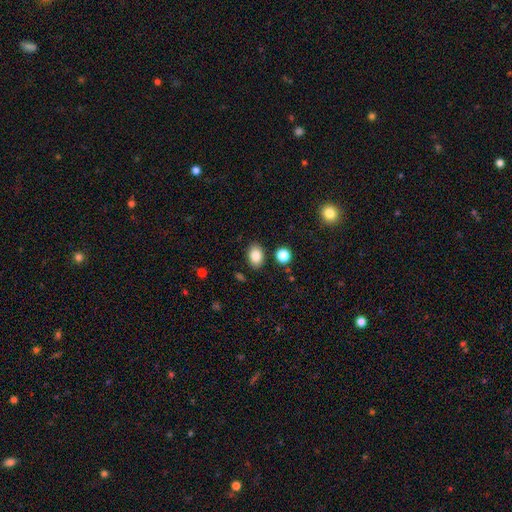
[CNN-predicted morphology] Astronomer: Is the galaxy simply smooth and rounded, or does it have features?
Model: smooth — 86%.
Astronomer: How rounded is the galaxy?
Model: in between — 81%.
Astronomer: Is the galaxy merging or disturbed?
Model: none — 85%.